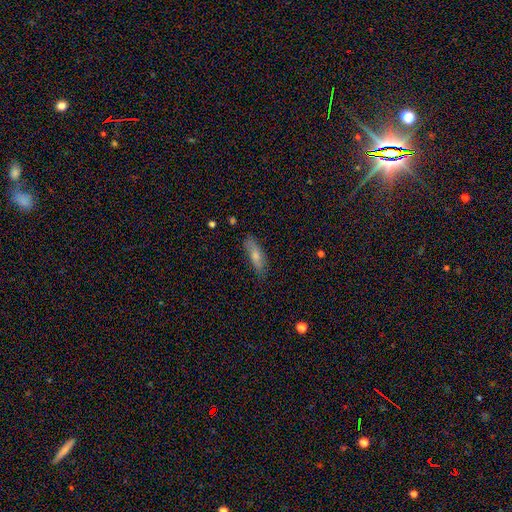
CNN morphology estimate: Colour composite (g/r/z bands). It shows a smooth galaxy with no disk features (72%) that is in between round and cigar-shaped (56%). Merging: none (74%).